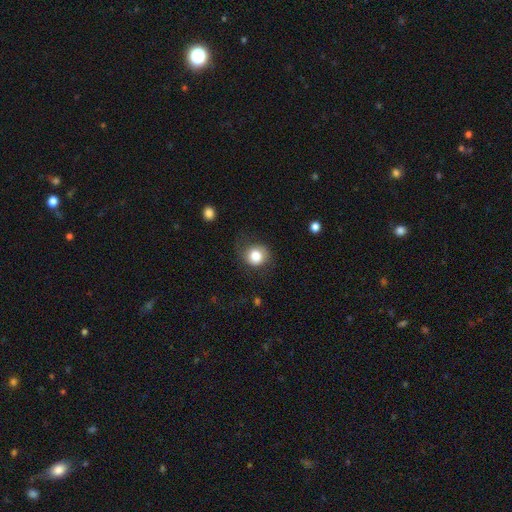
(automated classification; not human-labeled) This appears to be a smooth galaxy with no disk features (80%) that is round (82%). Merging: none (64%).